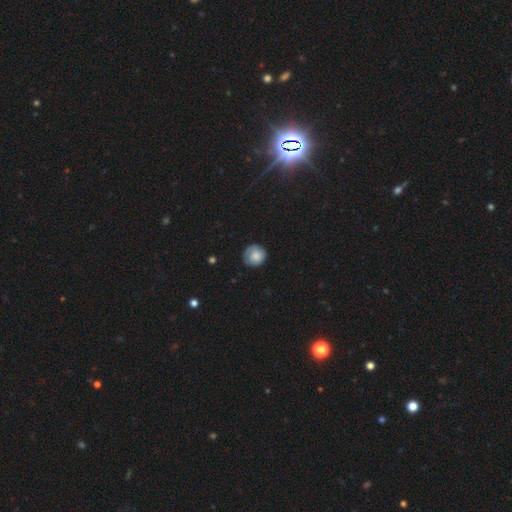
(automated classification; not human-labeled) smooth_or_featured: smooth (p=0.79) [alt: featured or disk p=0.14]
how_rounded: round (p=0.90) [alt: in between p=0.09]
merging: none (p=0.73) [alt: minor disturbance p=0.21]